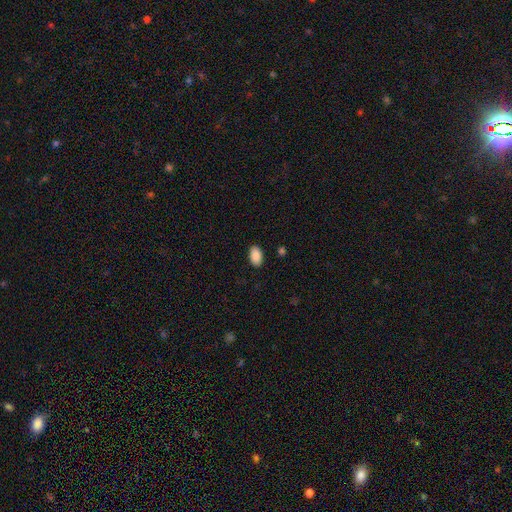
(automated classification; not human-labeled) Morphology: type=smooth (90%); roundness=in between (93%); merging=none (88%).